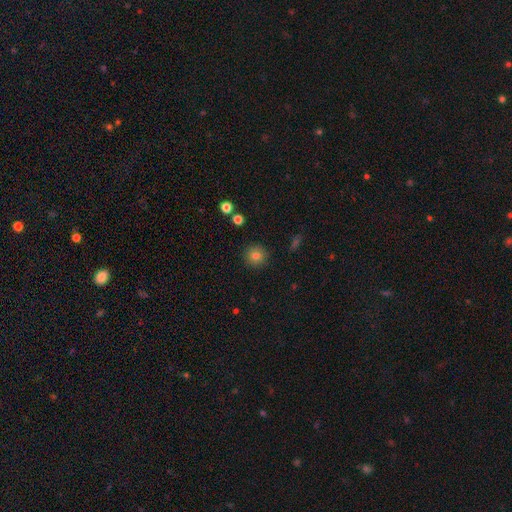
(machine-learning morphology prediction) smooth_or_featured: smooth (p=0.81) [alt: star or artifact p=0.11]
how_rounded: round (p=0.93) [alt: in between p=0.06]
merging: none (p=0.90) [alt: minor disturbance p=0.06]